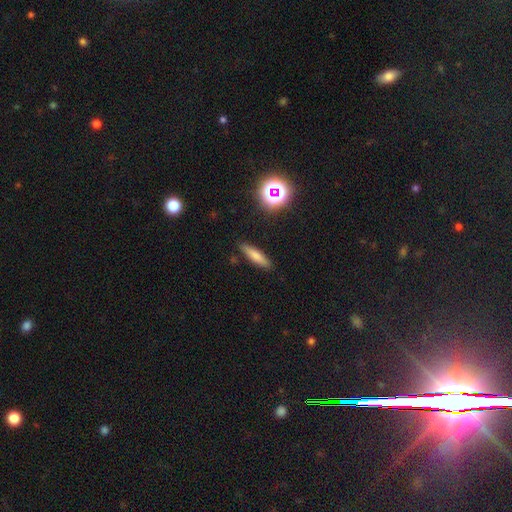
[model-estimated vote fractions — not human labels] The model was most divided on "smooth or featured": smooth: 70%, featured or disk: 19%, star or artifact: 11%. More confident: merging — none (87%); how rounded — cigar-shaped (75%).